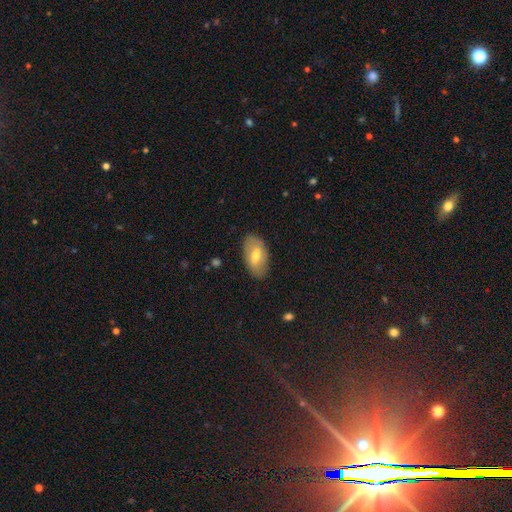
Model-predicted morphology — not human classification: Overall: smooth (61%; featured or disk 33%). How rounded: in between (93%). Merging: none (82%).